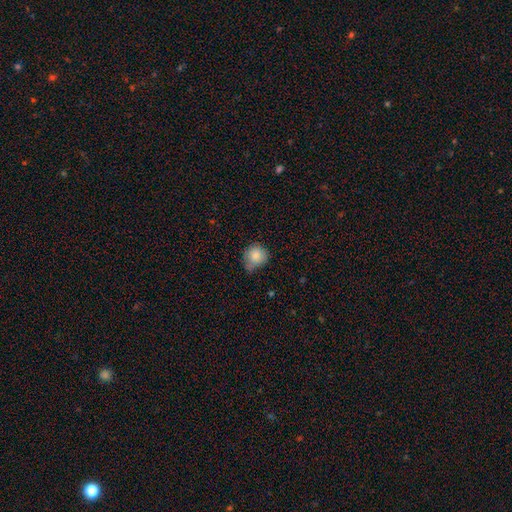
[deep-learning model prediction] smooth_or_featured: smooth (p=0.84) [alt: star or artifact p=0.08]
how_rounded: round (p=0.82) [alt: in between p=0.17]
merging: none (p=0.49) [alt: minor disturbance p=0.39]